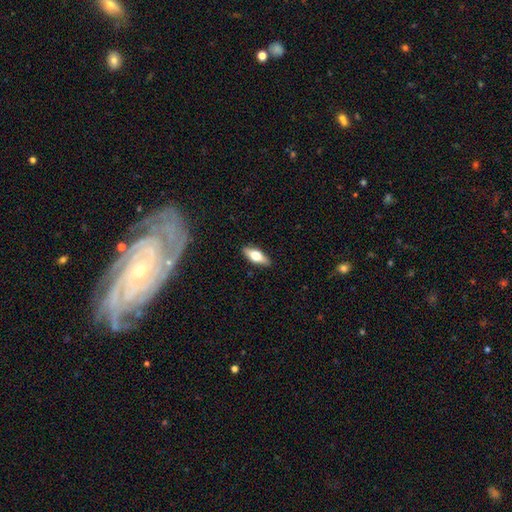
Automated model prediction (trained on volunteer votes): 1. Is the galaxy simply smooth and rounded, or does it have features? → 58% smooth, 35% featured or disk, 7% star or artifact.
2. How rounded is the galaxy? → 71% in between, 26% cigar-shaped, 3% round.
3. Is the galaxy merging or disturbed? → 88% none, 9% minor disturbance, 2% major disturbance, 1% merger.